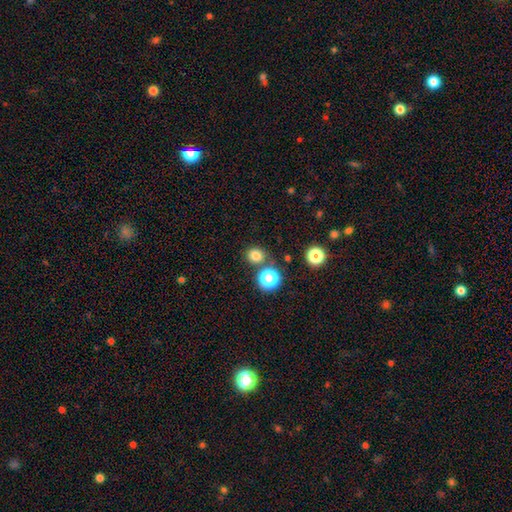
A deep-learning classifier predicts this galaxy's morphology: type=smooth (78%); roundness=round (85%); merging=none (78%).